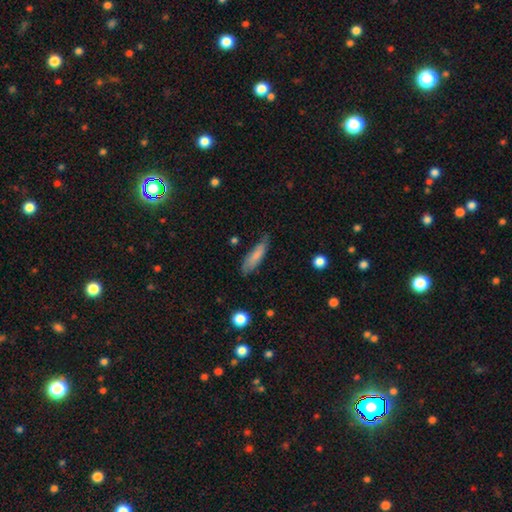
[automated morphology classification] Smooth or featured? Predicted: smooth (p=0.76). How rounded? Predicted: cigar-shaped (p=0.63). Merging? Predicted: none (p=0.70).